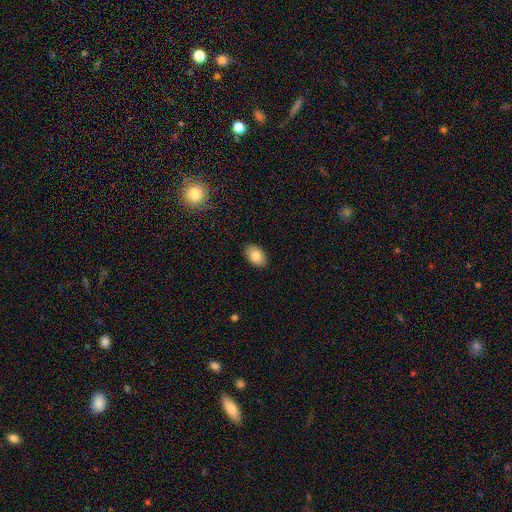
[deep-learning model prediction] Q: Smooth or featured?
A: smooth (83%); runner-up: featured or disk (10%)
Q: How rounded?
A: in between (90%); runner-up: round (9%)
Q: Merging?
A: none (89%); runner-up: minor disturbance (8%)